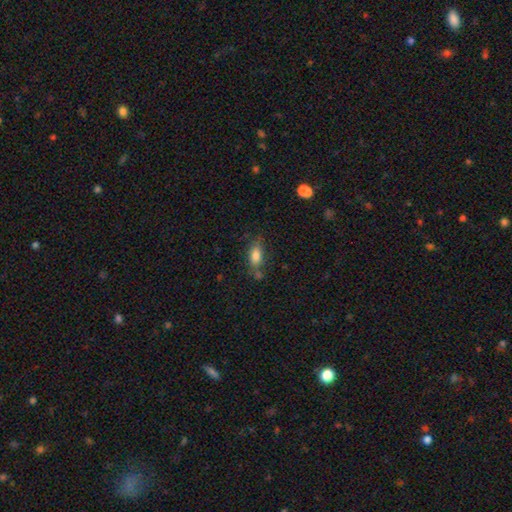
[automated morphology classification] Smooth or featured?
  - smooth: 79% *
  - featured or disk: 12%
  - star or artifact: 9%
How rounded?
  - in between: 80% *
  - cigar-shaped: 15%
  - round: 5%
Merging?
  - none: 63% *
  - minor disturbance: 20%
  - merger: 11%
  - major disturbance: 6%